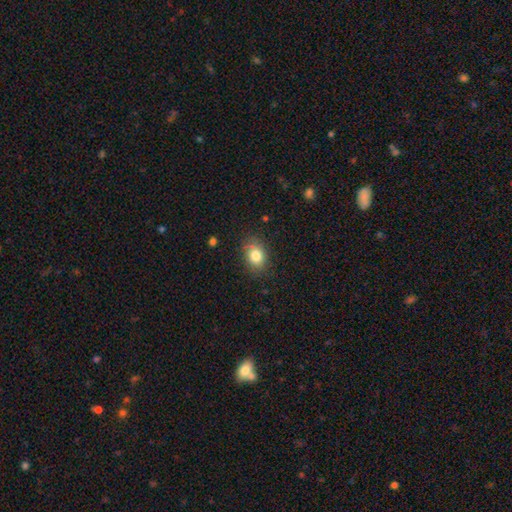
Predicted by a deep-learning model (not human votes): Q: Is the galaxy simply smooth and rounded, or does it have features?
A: smooth — 82%.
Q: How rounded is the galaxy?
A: in between — 63%.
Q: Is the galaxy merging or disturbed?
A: none — 76%.